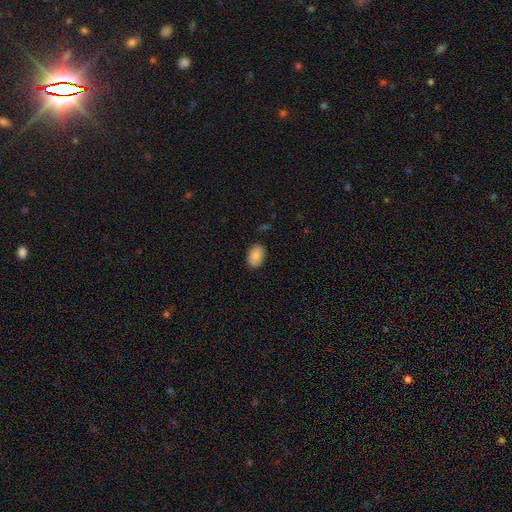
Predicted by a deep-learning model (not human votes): Overall: smooth (87%). How rounded: in between (86%). Merging: none (87%).